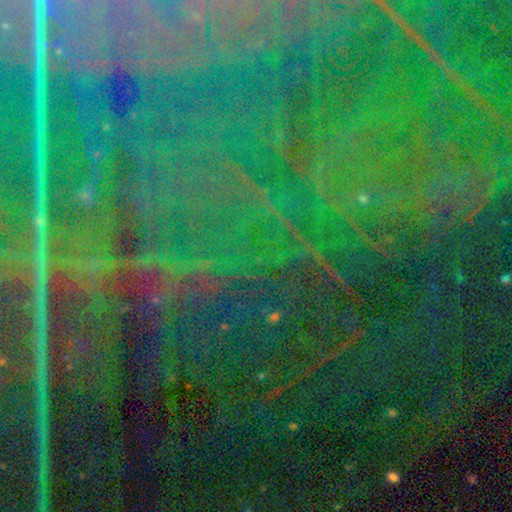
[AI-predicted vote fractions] smooth_or_featured: star or artifact (p=0.87) [alt: featured or disk p=0.07]